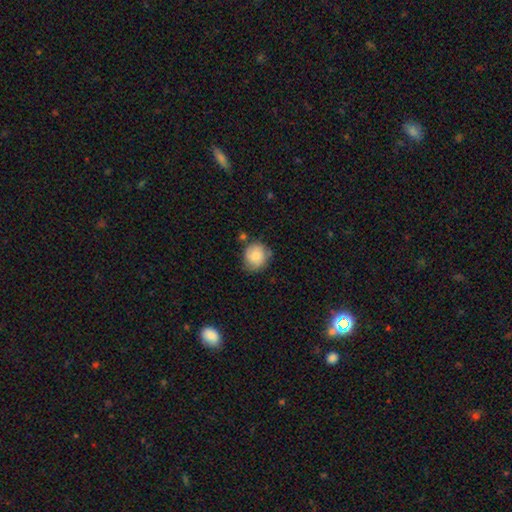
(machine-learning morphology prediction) The model was most divided on "merging": none: 67%, minor disturbance: 23%, major disturbance: 5%, merger: 5%. More confident: how rounded — round (82%); smooth or featured — smooth (75%).